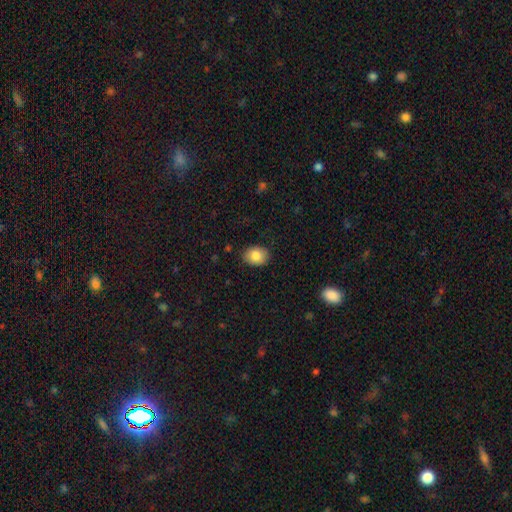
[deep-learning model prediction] smooth_or_featured: smooth (p=0.84) [alt: star or artifact p=0.08]
how_rounded: in between (p=0.64) [alt: round p=0.36]
merging: none (p=0.85) [alt: minor disturbance p=0.11]